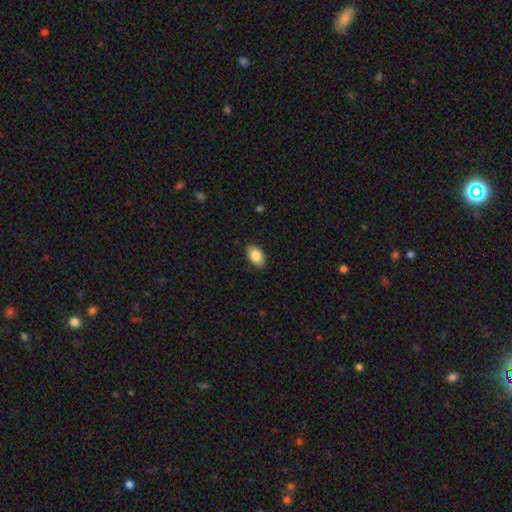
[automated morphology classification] Smooth or featured? smooth (83%)
How rounded? in between (92%)
Merging? none (85%)